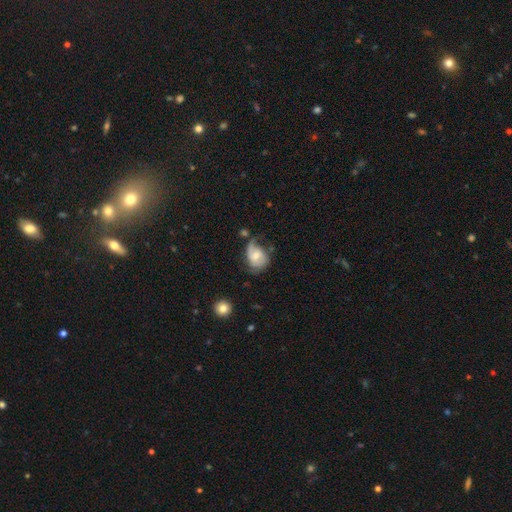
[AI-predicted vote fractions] This is possibly a featured or disk galaxy (51%). It is clearly not viewed edge-on (96%). Merging: marginally none (35%).